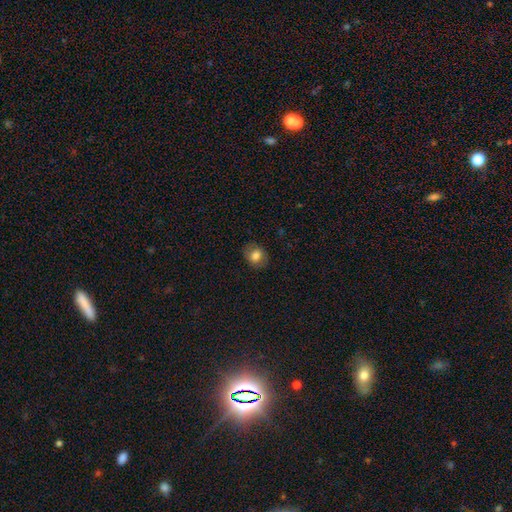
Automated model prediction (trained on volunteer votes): Smooth or featured?
  - smooth: 79% *
  - featured or disk: 12%
  - star or artifact: 9%
How rounded?
  - round: 53% *
  - in between: 46%
  - cigar-shaped: 1%
Merging?
  - none: 84% *
  - minor disturbance: 12%
  - major disturbance: 3%
  - merger: 1%